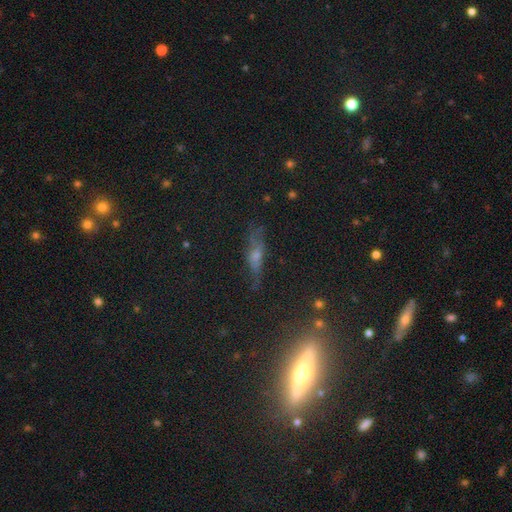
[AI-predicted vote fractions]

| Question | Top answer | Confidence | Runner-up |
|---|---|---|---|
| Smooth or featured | featured or disk | 37% | smooth (34%) |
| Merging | none | 73% | minor disturbance (17%) |